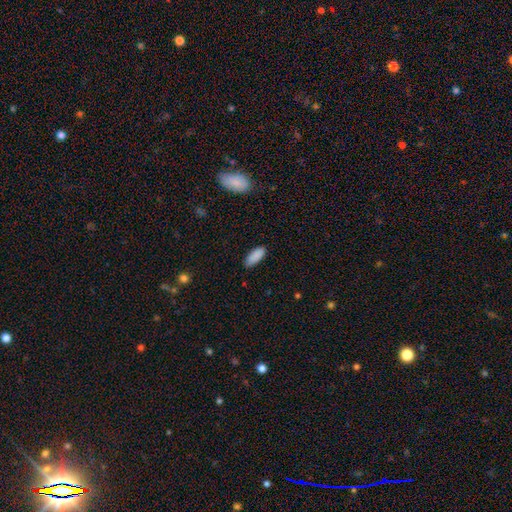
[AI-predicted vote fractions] Smooth or featured? smooth (88%)
How rounded? in between (79%)
Merging? none (81%)